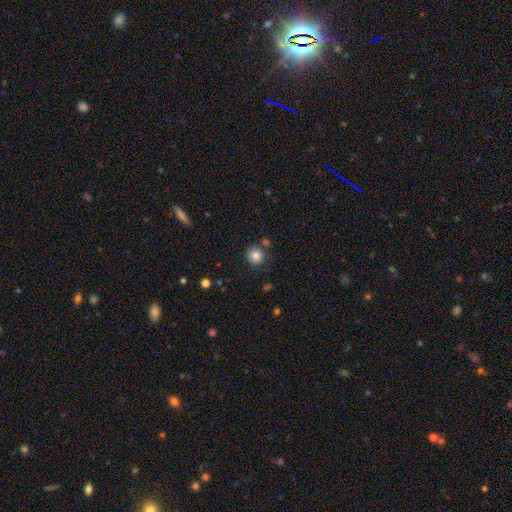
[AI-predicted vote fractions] smooth-or-featured: smooth: 82% | star or artifact: 10% | featured or disk: 8%
  how-rounded: round: 92% | in between: 7% | cigar-shaped: 1%
  merging: none: 77% | minor disturbance: 12% | merger: 8% | major disturbance: 4%